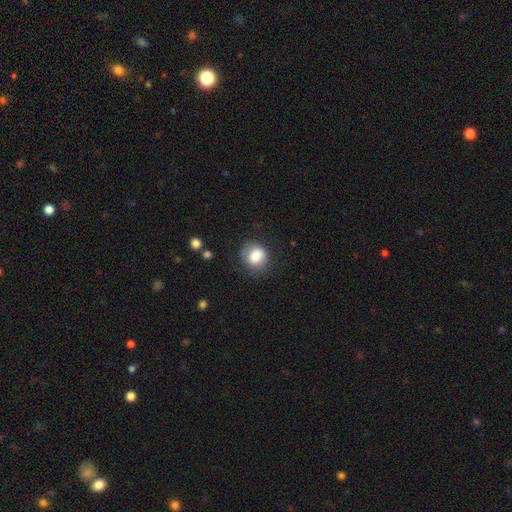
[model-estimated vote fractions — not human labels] smooth_or_featured: smooth (p=0.81) [alt: featured or disk p=0.10]
how_rounded: round (p=0.70) [alt: in between p=0.29]
merging: none (p=0.71) [alt: minor disturbance p=0.20]